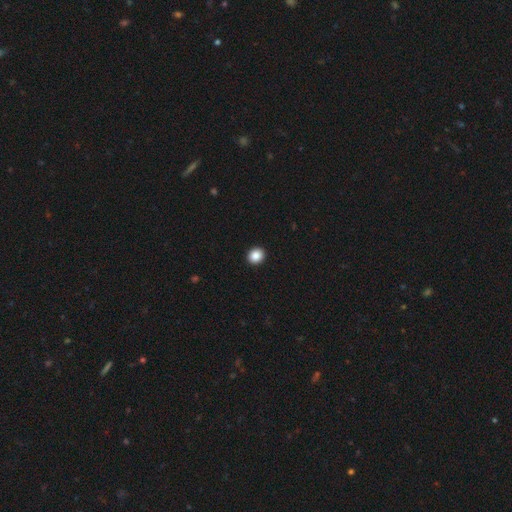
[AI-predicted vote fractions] Smooth or featured: smooth — 88% (star or artifact — 9%)
How rounded: round — 80% (in between — 19%)
Merging: none — 93% (minor disturbance — 4%)